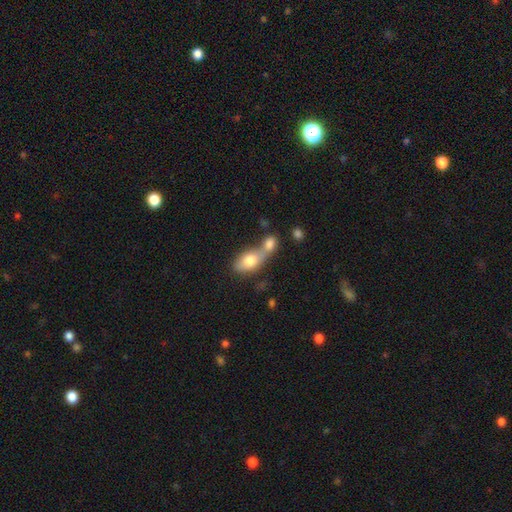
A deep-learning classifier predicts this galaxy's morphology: smooth 63%, featured or disk 22%, star or artifact 15%. Down the decision tree: how rounded — in between (71%); merging — merger (48%).